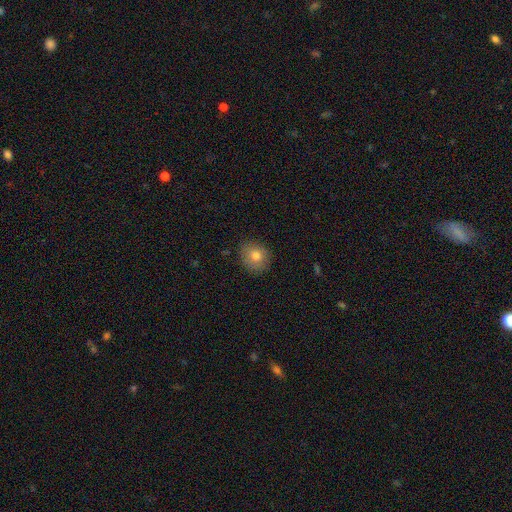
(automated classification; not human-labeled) Morphology: type=smooth (79%); roundness=round (77%); merging=none (84%).